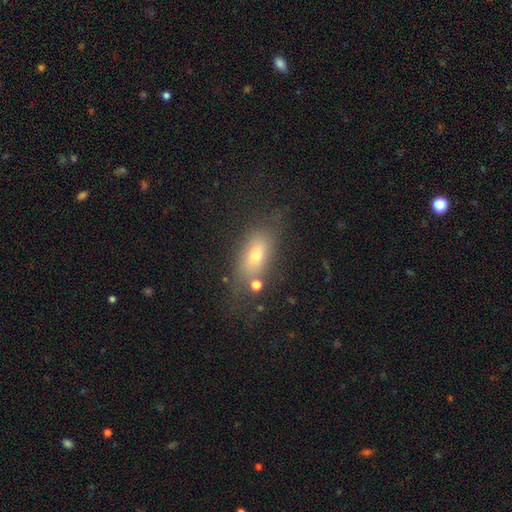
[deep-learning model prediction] This is likely a smooth galaxy (63%). How rounded: likely in between (77%). Merging: likely none (63%).